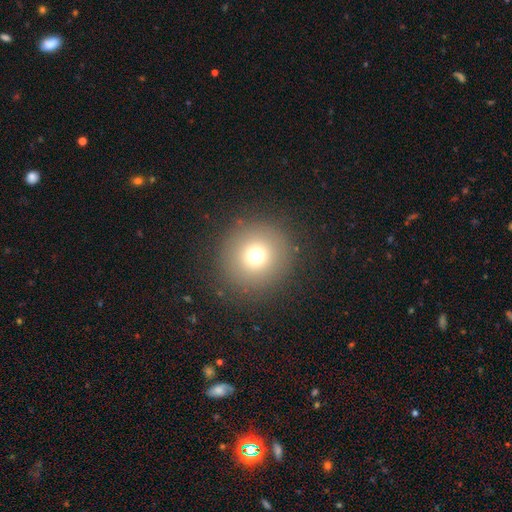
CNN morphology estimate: smooth 71%, star or artifact 18%, featured or disk 11%. Down the decision tree: how rounded — round (95%); merging — none (89%).